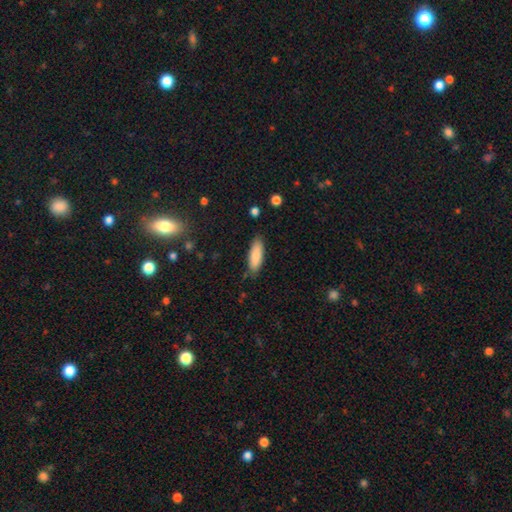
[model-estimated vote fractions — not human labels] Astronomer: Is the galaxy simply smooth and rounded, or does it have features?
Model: smooth — 85%.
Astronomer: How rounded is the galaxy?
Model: in between — 61% (runner-up: cigar-shaped, 37%).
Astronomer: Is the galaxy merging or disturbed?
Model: none — 84%.